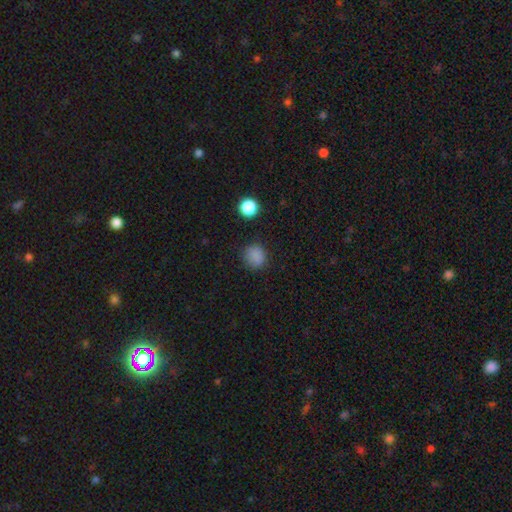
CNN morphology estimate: Smooth or featured: smooth — 82% (star or artifact — 14%)
How rounded: round — 85% (in between — 14%)
Merging: none — 83% (minor disturbance — 12%)